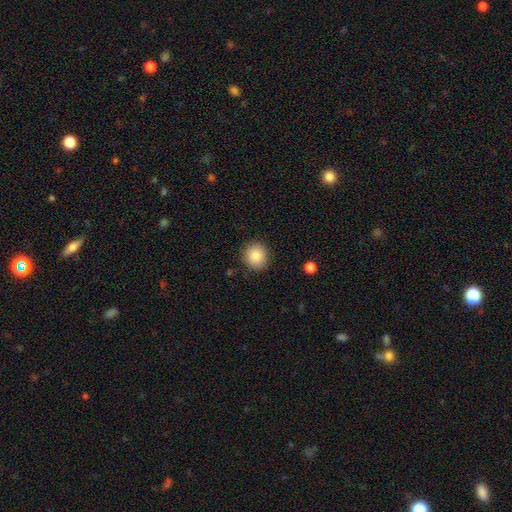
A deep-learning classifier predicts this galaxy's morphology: type=smooth (86%); roundness=round (85%); merging=none (88%).